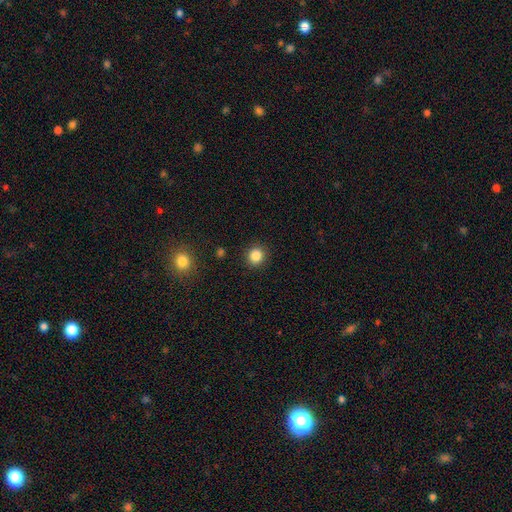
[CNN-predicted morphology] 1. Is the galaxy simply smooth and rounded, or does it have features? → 85% smooth, 11% star or artifact, 4% featured or disk.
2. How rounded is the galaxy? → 89% round, 11% in between, 1% cigar-shaped.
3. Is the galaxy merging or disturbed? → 90% none, 6% minor disturbance, 2% major disturbance, 1% merger.